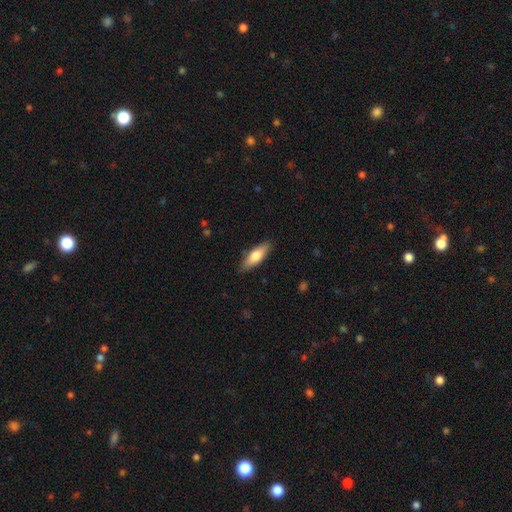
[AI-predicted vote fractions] Smooth or featured? Predicted: smooth (p=0.70). How rounded? Predicted: in between (p=0.55). Merging? Predicted: none (p=0.87).